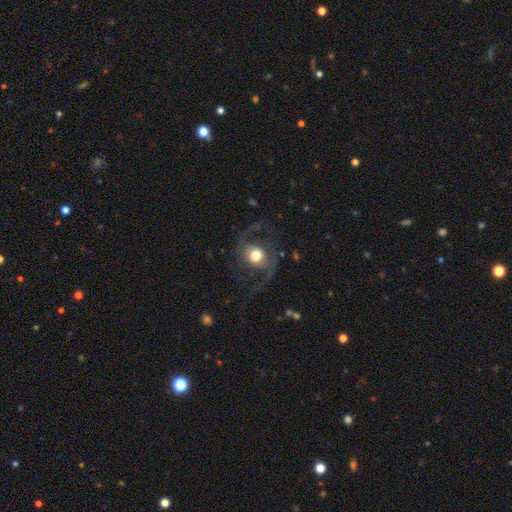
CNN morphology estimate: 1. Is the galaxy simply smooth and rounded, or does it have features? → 76% featured or disk, 18% smooth, 7% star or artifact.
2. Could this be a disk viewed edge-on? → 97% no, 3% yes.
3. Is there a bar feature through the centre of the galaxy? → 66% no, 25% weak, 8% strong.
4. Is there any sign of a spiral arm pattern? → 90% yes, 10% no.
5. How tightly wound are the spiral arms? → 54% loose, 39% medium, 7% tight.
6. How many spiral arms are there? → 90% 2, 3% 1, 3% can't tell, 2% 3, 1% 4, 1% more than 4.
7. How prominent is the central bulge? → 50% moderate, 37% large, 7% dominant, 5% small, 1% none.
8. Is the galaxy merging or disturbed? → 63% none, 21% major disturbance, 14% minor disturbance, 2% merger.